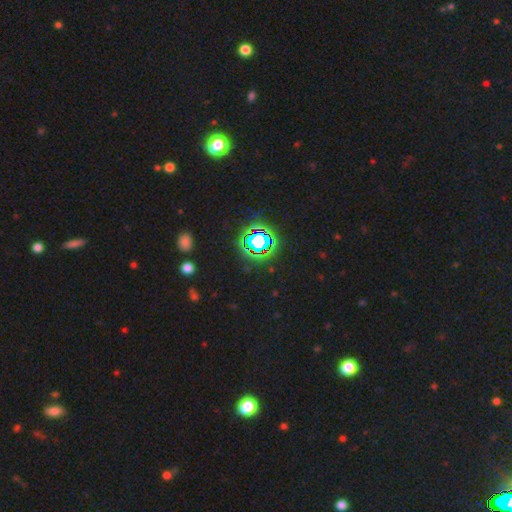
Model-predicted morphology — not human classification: Smooth or featured? Predicted: star or artifact (p=0.80).